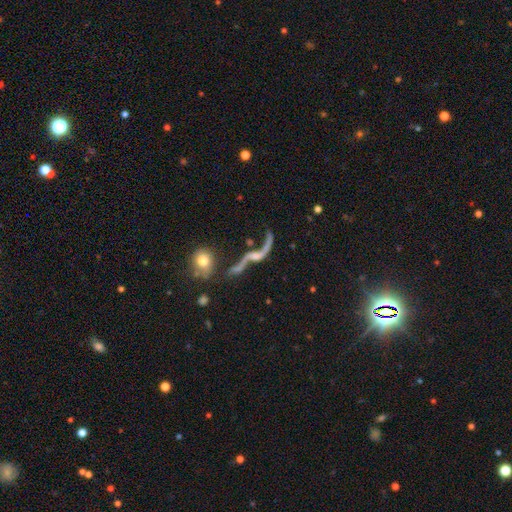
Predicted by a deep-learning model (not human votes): This appears to be a featured or disk galaxy (83%) with no bar (53%), 2 (89%) loose (95%) spiral arms (87%) and a small central bulge (43%). Merging: none (40%).